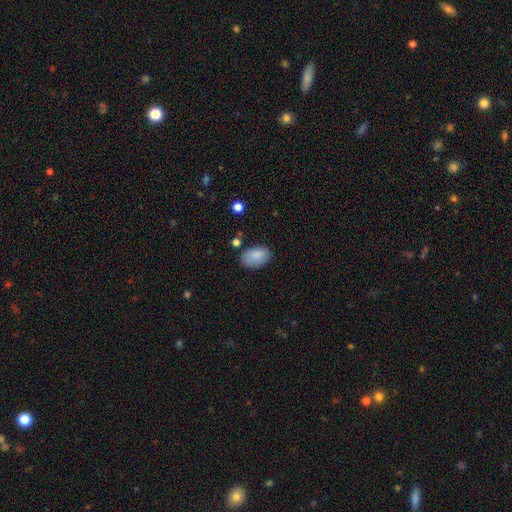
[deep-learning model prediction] Smooth or featured?
  - smooth: 87% *
  - star or artifact: 7%
  - featured or disk: 6%
How rounded?
  - in between: 92% *
  - round: 7%
  - cigar-shaped: 1%
Merging?
  - none: 78% *
  - minor disturbance: 16%
  - major disturbance: 4%
  - merger: 3%